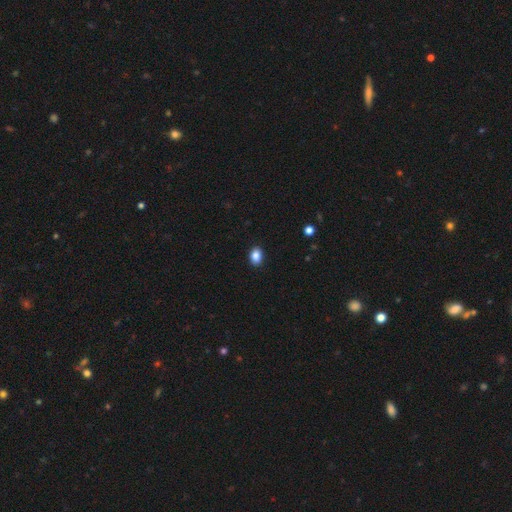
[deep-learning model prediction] Smooth or featured? Predicted: smooth (p=0.87). How rounded? Predicted: in between (p=0.77). Merging? Predicted: none (p=0.90).